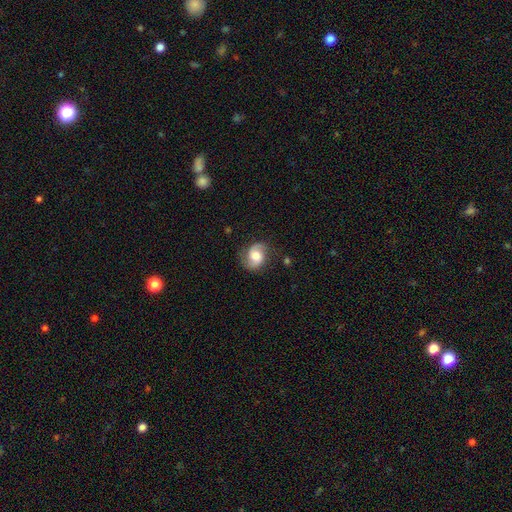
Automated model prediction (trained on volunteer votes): This appears to be a featured or disk galaxy (63%) with no bar (61%), 2 (87%) medium (45%) spiral arms (92%) and a moderate central bulge (57%). Merging: none (75%).